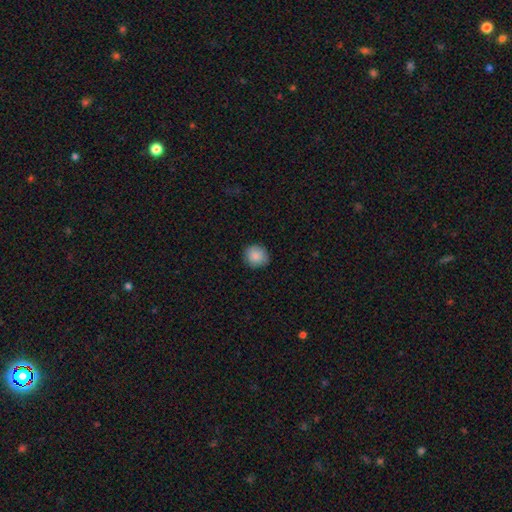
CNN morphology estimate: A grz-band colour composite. It shows a smooth galaxy with no disk features (89%) that is round (88%). Merging: none (88%).